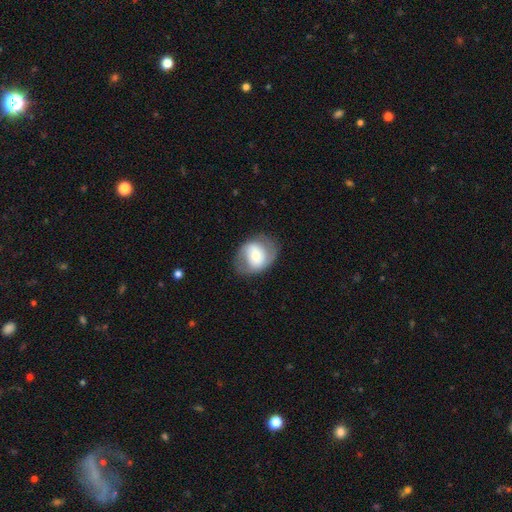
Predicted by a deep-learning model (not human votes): smooth-or-featured: featured or disk: 51% | smooth: 42% | star or artifact: 7%
  disk-edge-on: no: 95% | yes: 5%
  merging: none: 72% | minor disturbance: 18% | major disturbance: 9% | merger: 1%